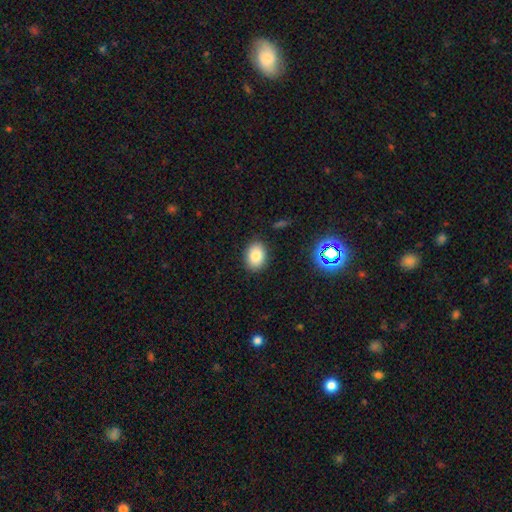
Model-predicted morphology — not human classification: A smooth galaxy with no disk features (82%) that is in between round and cigar-shaped (70%).

Vote fractions:
- Smooth or featured? smooth: 82% / star or artifact: 10% / featured or disk: 7%
- How rounded? in between: 70% / round: 29% / cigar-shaped: 1%
- Merging? none: 88% / minor disturbance: 8% / major disturbance: 2% / merger: 1%